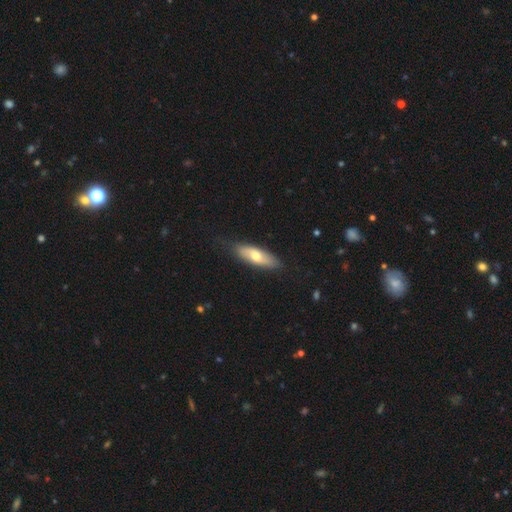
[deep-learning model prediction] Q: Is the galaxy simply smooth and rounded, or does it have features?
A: smooth — 60%.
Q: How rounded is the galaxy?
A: in between — 63%.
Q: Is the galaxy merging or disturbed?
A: none — 79%.